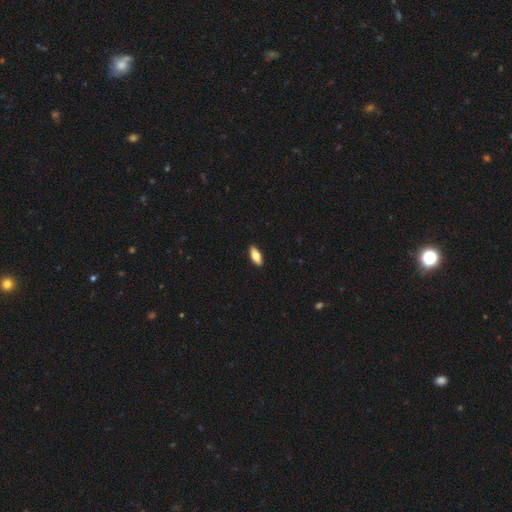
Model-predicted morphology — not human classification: Smooth or featured?
  - smooth: 70% *
  - featured or disk: 24%
  - star or artifact: 6%
How rounded?
  - in between: 78% *
  - cigar-shaped: 19%
  - round: 3%
Merging?
  - none: 90% *
  - minor disturbance: 7%
  - major disturbance: 2%
  - merger: 1%